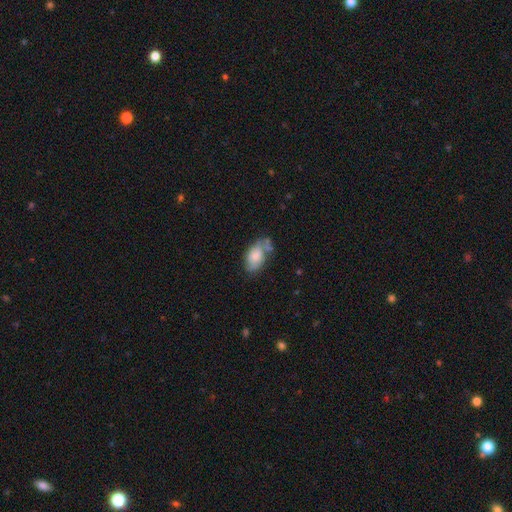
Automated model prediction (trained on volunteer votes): This appears to be a smooth galaxy with no disk features (73%) that is in between round and cigar-shaped (92%). Merging: none (44%).